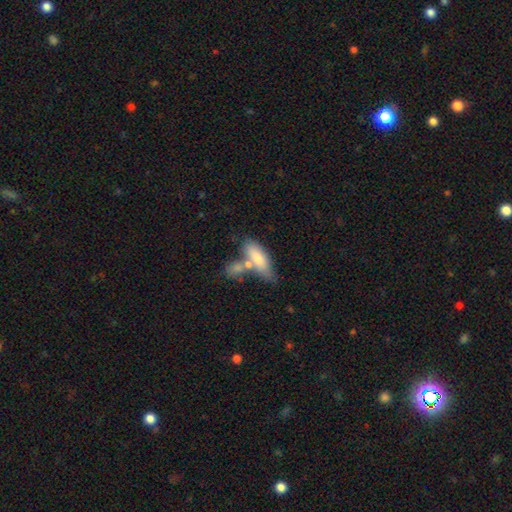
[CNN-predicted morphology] Smooth or featured? Predicted: smooth (p=0.73). How rounded? Predicted: in between (p=0.59). Merging? Predicted: none (p=0.43).